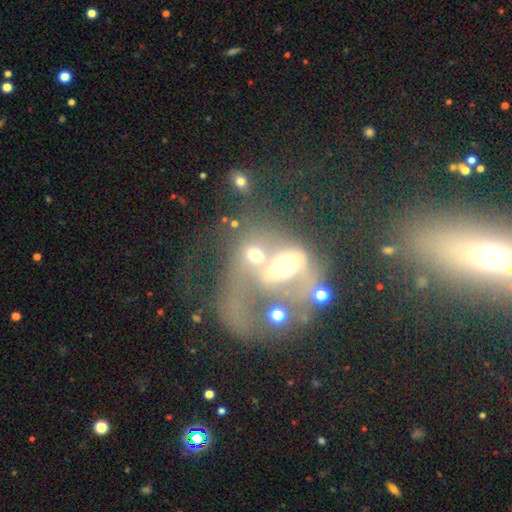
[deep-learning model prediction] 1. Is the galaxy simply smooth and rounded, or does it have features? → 61% featured or disk, 22% smooth, 17% star or artifact.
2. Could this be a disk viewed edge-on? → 96% no, 4% yes.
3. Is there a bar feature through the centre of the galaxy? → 67% no, 22% weak, 11% strong.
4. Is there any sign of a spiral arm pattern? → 63% no, 37% yes.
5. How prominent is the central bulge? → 55% moderate, 22% small, 12% large, 8% none, 3% dominant.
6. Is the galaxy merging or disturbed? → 44% merger, 35% major disturbance, 13% none, 8% minor disturbance.